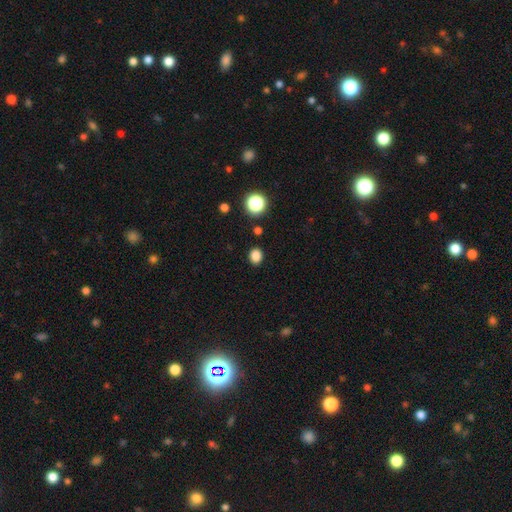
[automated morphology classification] This is clearly a smooth galaxy (84%). How rounded: likely round (62%). Merging: clearly none (89%).